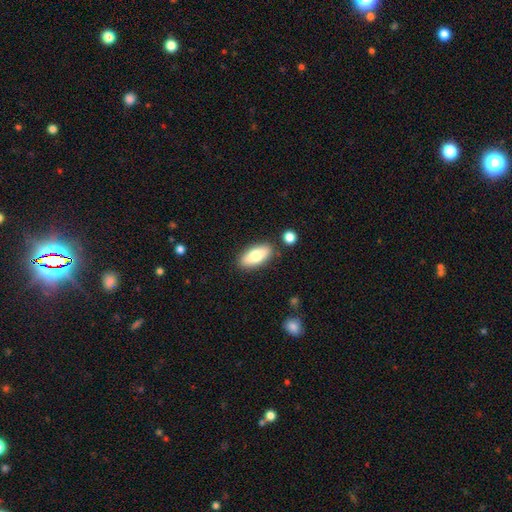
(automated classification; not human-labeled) A smooth galaxy with no disk features (74%) that is in between round and cigar-shaped (84%). Merging: none (84%).